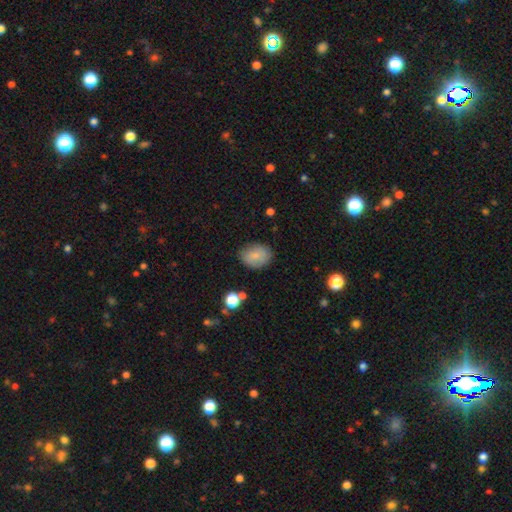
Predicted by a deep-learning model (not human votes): Smooth or featured? Predicted: smooth (p=0.78). How rounded? Predicted: in between (p=0.61). Merging? Predicted: none (p=0.78).